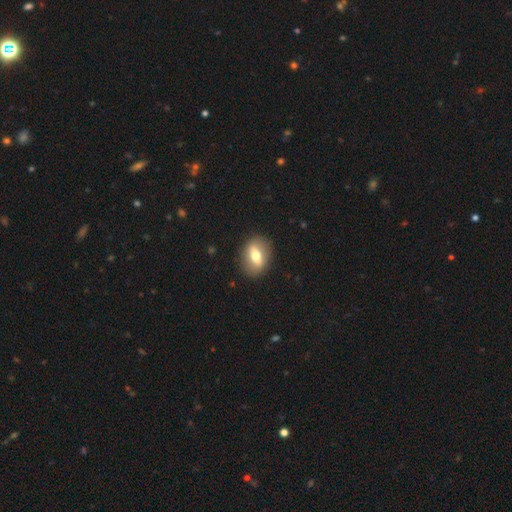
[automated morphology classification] type=smooth (54%); roundness=in between (67%); merging=none (87%).